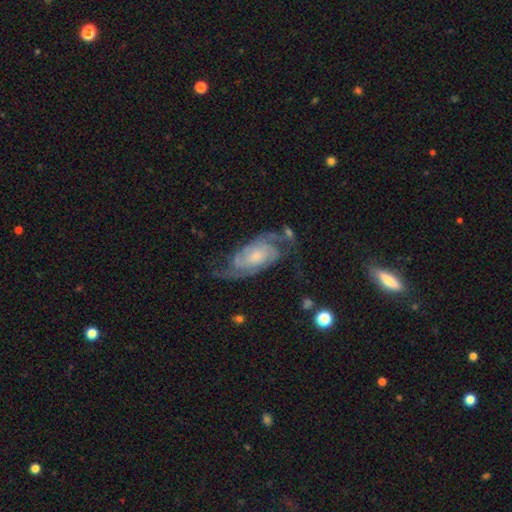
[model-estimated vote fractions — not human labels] Overall: featured or disk (87%). Edge-on disk: no (96%). Bar: no (63%; weak 30%). Spiral arms: yes (97%). Spiral arm count: 2 (69%). Spiral winding: tight (43%; medium 42%). Bulge size: small (46%; moderate 35%). Merging: none (60%; minor disturbance 20%).